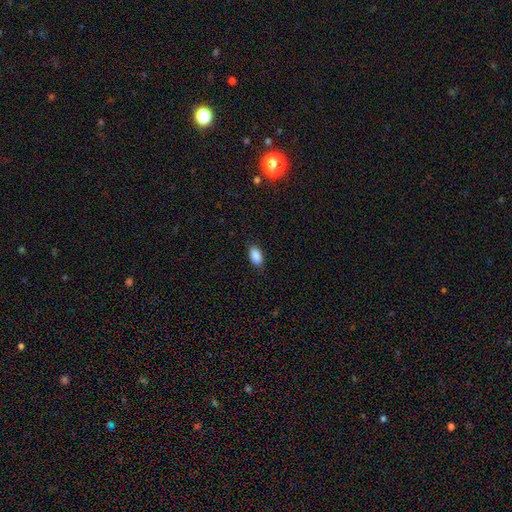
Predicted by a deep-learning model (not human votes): Morphology: type=smooth (89%); roundness=in between (93%); merging=none (88%).